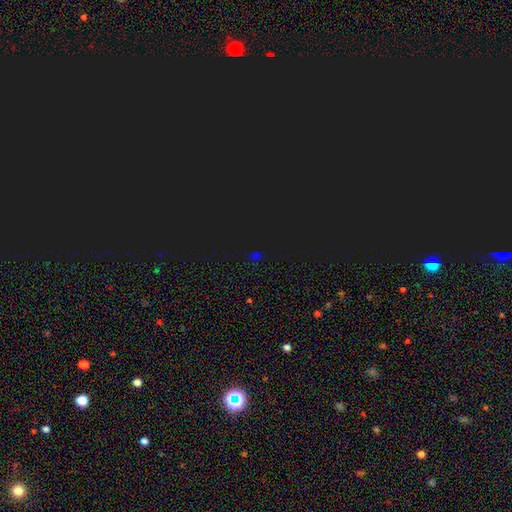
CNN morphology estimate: A star or artifact, not a galaxy (65%).